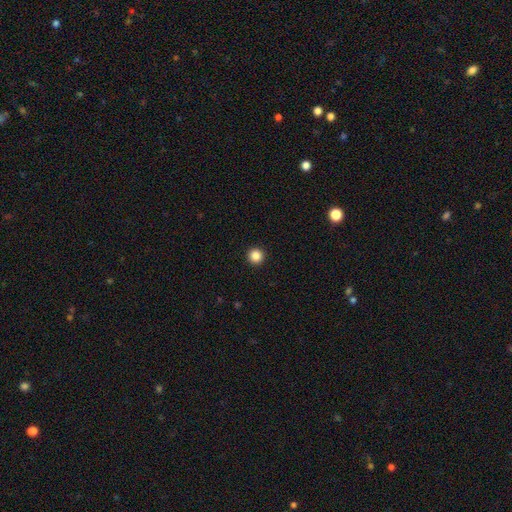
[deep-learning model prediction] Smooth or featured: smooth — 86% (star or artifact — 11%)
How rounded: round — 96% (in between — 3%)
Merging: none — 94% (minor disturbance — 4%)